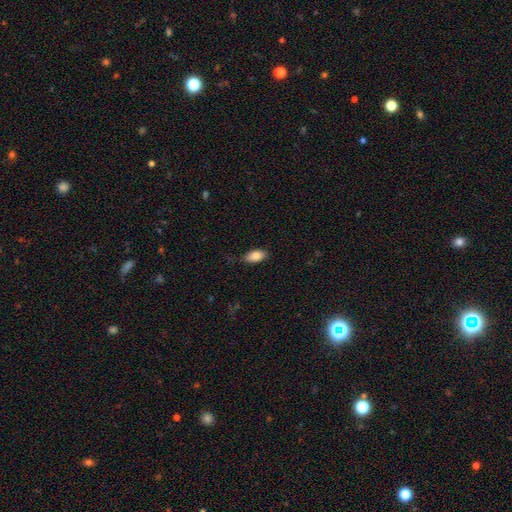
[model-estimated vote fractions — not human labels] The model was most divided on "merging": none: 80%, minor disturbance: 16%, major disturbance: 3%, merger: 1%. More confident: how rounded — in between (92%); smooth or featured — smooth (82%).